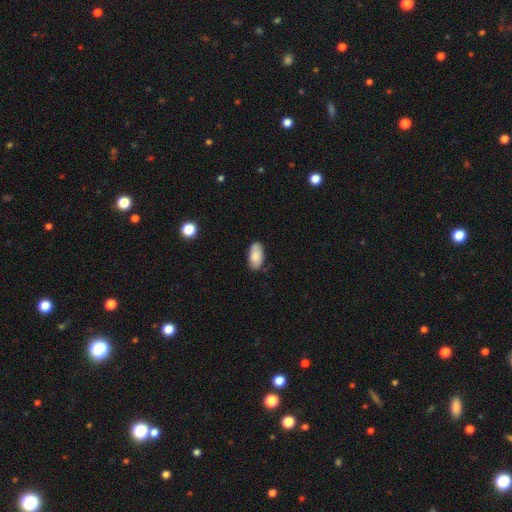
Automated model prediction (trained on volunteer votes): Smooth or featured? smooth (84%)
How rounded? in between (94%)
Merging? none (82%)